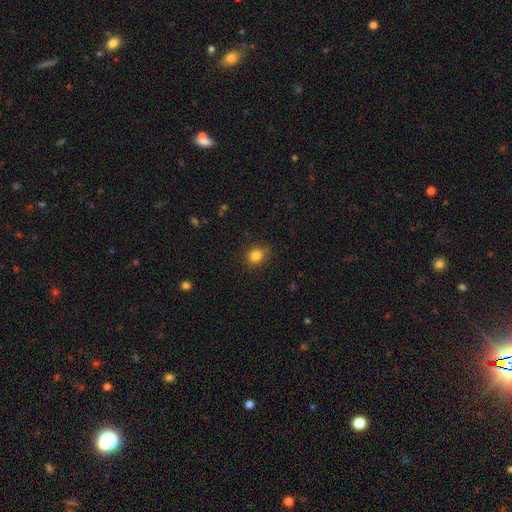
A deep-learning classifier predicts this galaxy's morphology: smooth-or-featured: smooth: 84% | star or artifact: 11% | featured or disk: 5%
  how-rounded: round: 66% | in between: 33% | cigar-shaped: 1%
  merging: none: 82% | minor disturbance: 14% | major disturbance: 3% | merger: 1%